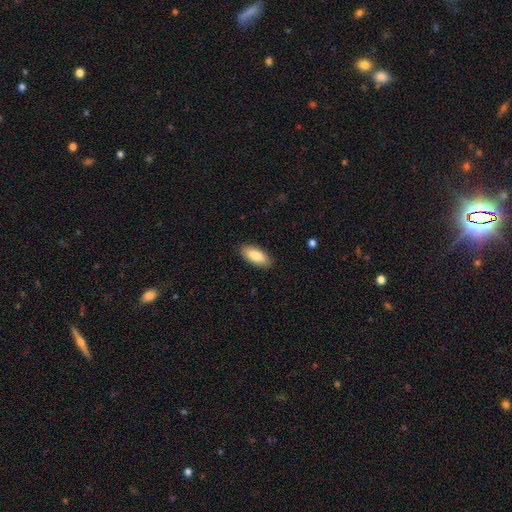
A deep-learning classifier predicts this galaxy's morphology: A smooth galaxy with no disk features (85%) that is in between round and cigar-shaped (84%).

Vote fractions:
- Smooth or featured? smooth: 85% / featured or disk: 9% / star or artifact: 6%
- How rounded? in between: 84% / cigar-shaped: 14% / round: 2%
- Merging? none: 89% / minor disturbance: 8% / major disturbance: 2% / merger: 1%